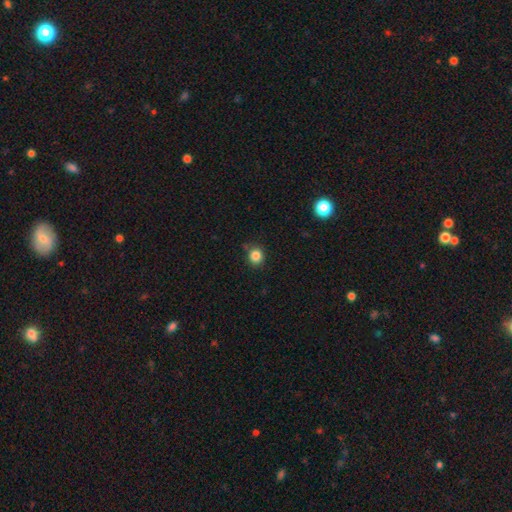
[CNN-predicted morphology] Overall: smooth (85%). How rounded: round (86%). Merging: none (83%).